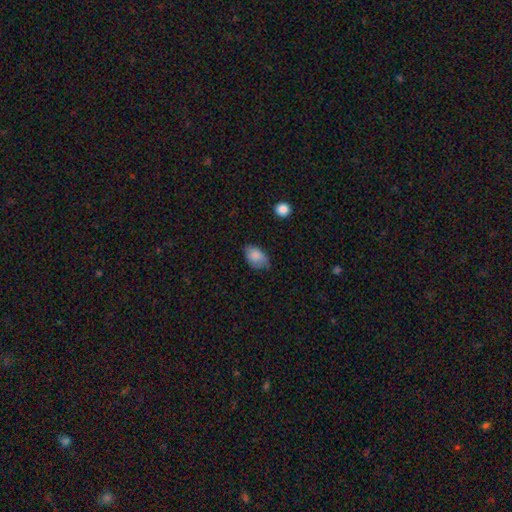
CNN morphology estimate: type=smooth (84%); roundness=in between (87%); merging=none (59%).